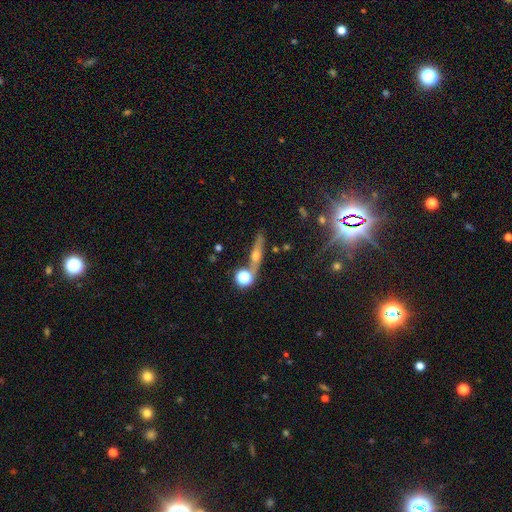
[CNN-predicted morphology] Q: Smooth or featured?
A: featured or disk (54%); runner-up: smooth (30%)
Q: Edge-on disk?
A: yes (88%); runner-up: no (12%)
Q: Merging?
A: none (71%); runner-up: merger (13%)